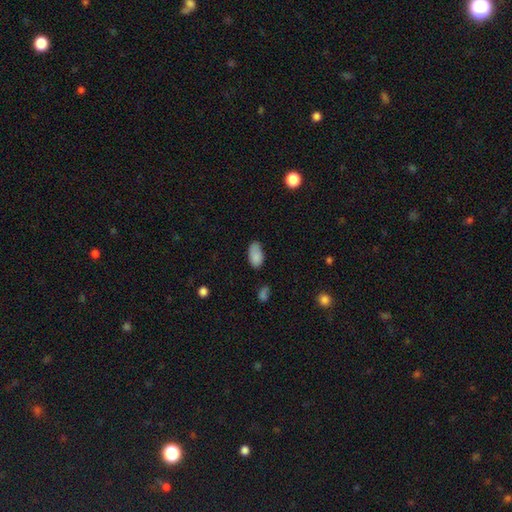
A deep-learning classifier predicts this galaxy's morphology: This is clearly a smooth galaxy (86%). How rounded: clearly in between (94%). Merging: likely none (65%).